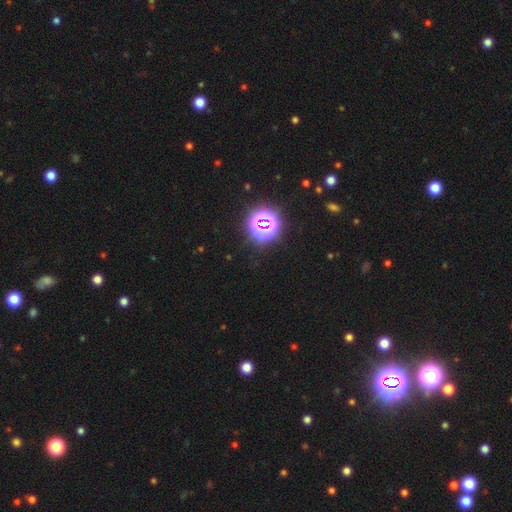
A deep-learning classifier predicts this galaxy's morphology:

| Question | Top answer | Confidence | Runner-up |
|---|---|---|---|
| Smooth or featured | star or artifact | 81% | smooth (12%) |